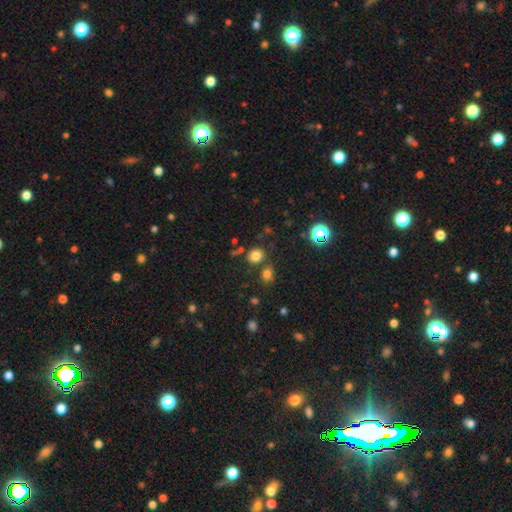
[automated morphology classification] smooth_or_featured: smooth (p=0.77) [alt: star or artifact p=0.17]
how_rounded: round (p=0.79) [alt: in between p=0.20]
merging: none (p=0.71) [alt: merger p=0.14]